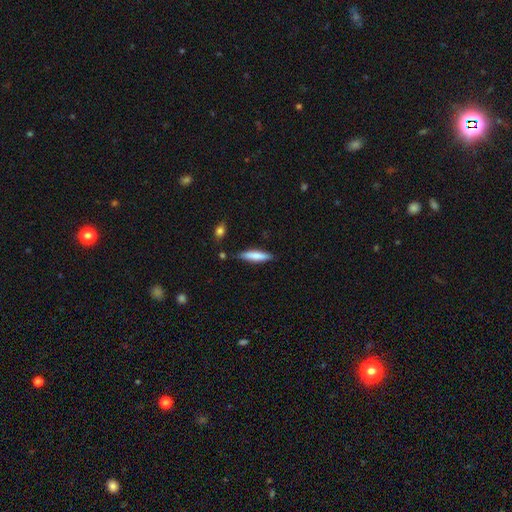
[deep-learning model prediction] smooth 78%, featured or disk 17%, star or artifact 6%. Down the decision tree: how rounded — cigar-shaped (80%); merging — none (82%).